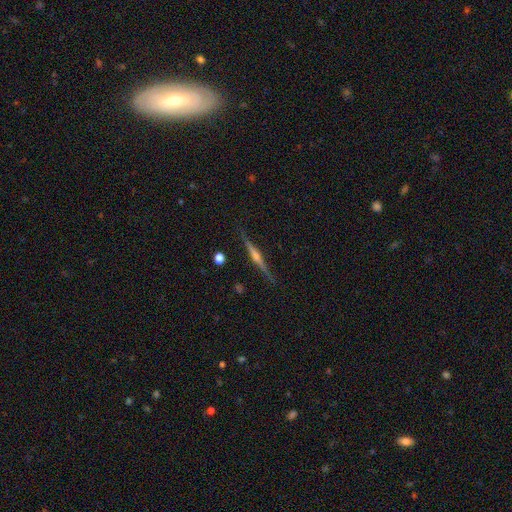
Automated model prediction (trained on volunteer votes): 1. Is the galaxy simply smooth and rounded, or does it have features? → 79% featured or disk, 15% smooth, 7% star or artifact.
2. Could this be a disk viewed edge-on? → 98% yes, 2% no.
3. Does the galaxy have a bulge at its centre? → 80% rounded, 11% none, 9% boxy.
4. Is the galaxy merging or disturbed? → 89% none, 8% minor disturbance, 2% major disturbance, 1% merger.